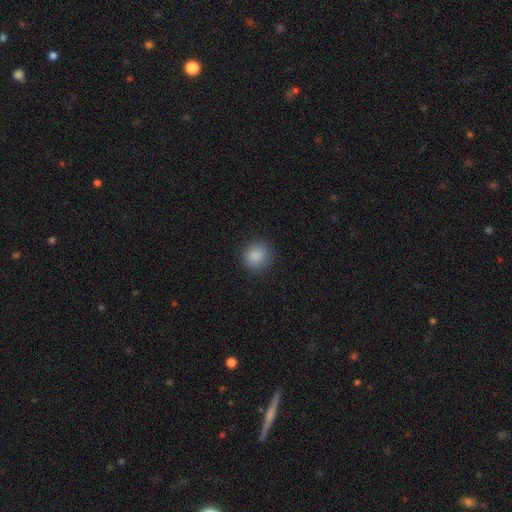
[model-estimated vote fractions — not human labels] Smooth or featured?
  - smooth: 87% *
  - star or artifact: 9%
  - featured or disk: 4%
How rounded?
  - round: 84% *
  - in between: 15%
  - cigar-shaped: 1%
Merging?
  - none: 85% *
  - minor disturbance: 11%
  - major disturbance: 3%
  - merger: 1%